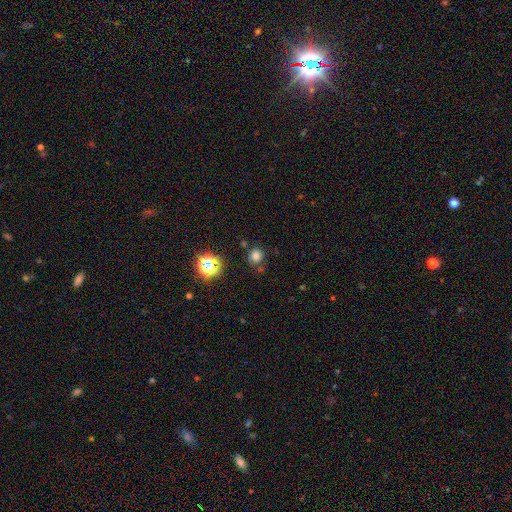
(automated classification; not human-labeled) Q: Smooth or featured?
A: smooth (72%); runner-up: star or artifact (21%)
Q: How rounded?
A: round (81%); runner-up: in between (18%)
Q: Merging?
A: none (73%); runner-up: minor disturbance (15%)